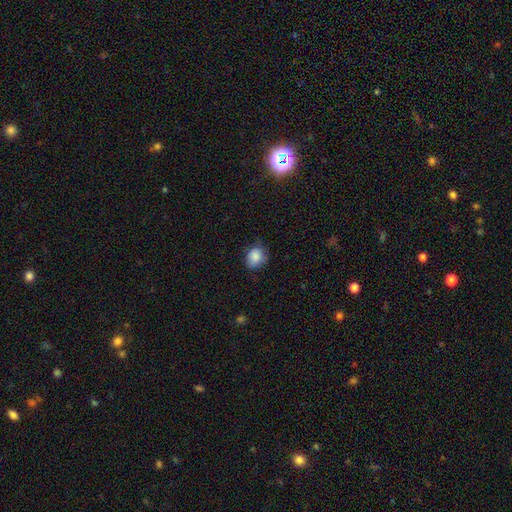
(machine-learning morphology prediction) smooth_or_featured: smooth (p=0.86) [alt: star or artifact p=0.08]
how_rounded: round (p=0.59) [alt: in between p=0.40]
merging: none (p=0.70) [alt: minor disturbance p=0.24]